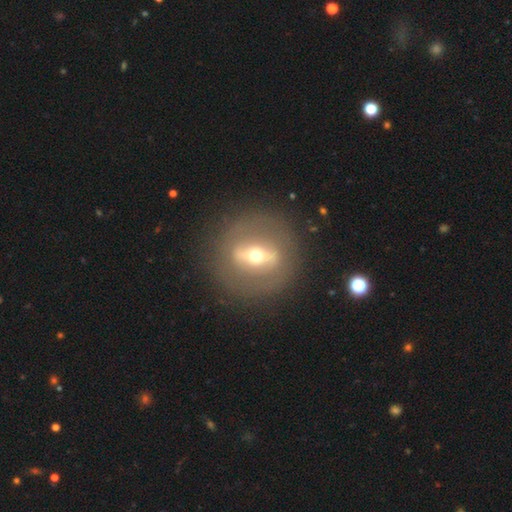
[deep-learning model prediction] Smooth or featured? featured or disk (71%)
Edge-on disk? no (79%)
Bar? strong (66%)
Spiral arms? no (79%)
Bulge size? moderate (62%)
Merging? none (84%)